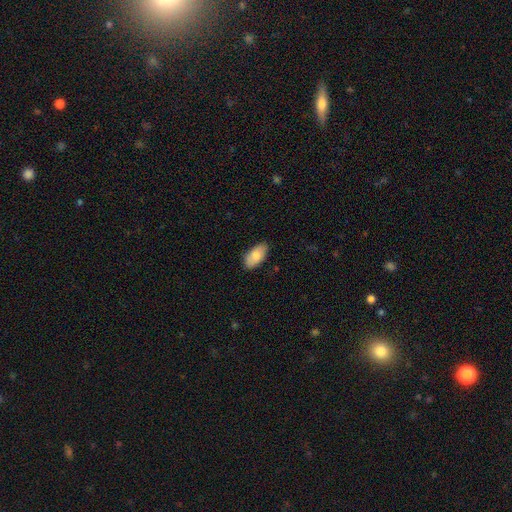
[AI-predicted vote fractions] A smooth galaxy with no disk features (80%) that is in between round and cigar-shaped (94%). Merging: none (85%).